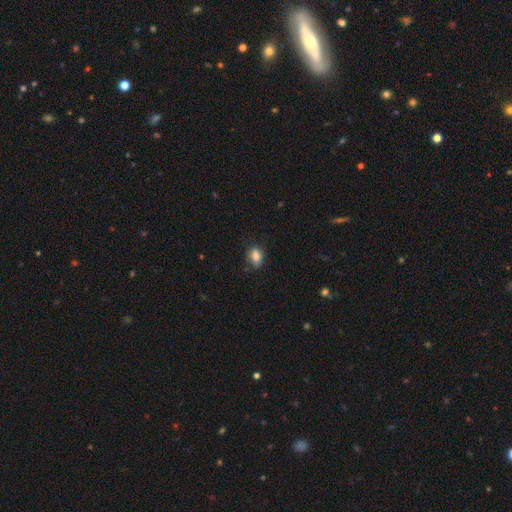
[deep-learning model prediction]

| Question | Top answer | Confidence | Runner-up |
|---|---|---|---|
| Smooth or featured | smooth | 85% | star or artifact (9%) |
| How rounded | in between | 82% | round (15%) |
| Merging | none | 68% | minor disturbance (25%) |